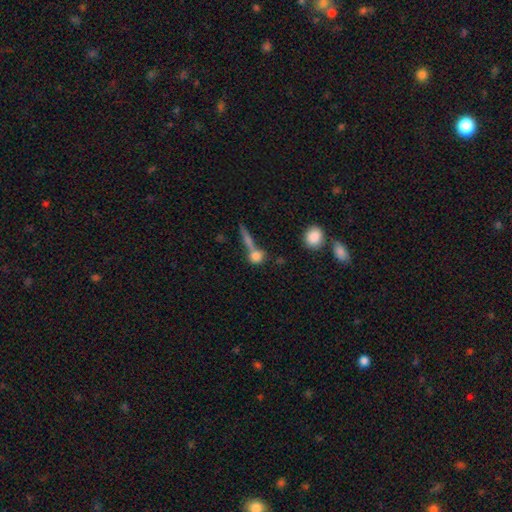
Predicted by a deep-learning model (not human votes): Morphology: type=smooth (75%); roundness=round (66%); merging=none (46%).